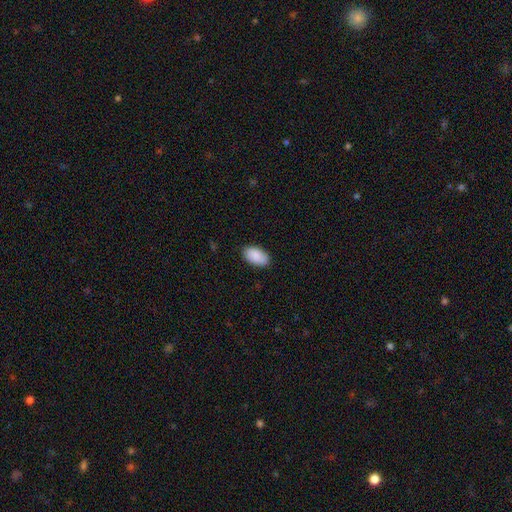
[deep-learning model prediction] Smooth or featured?
  - smooth: 90% *
  - star or artifact: 6%
  - featured or disk: 4%
How rounded?
  - in between: 95% *
  - round: 4%
  - cigar-shaped: 1%
Merging?
  - none: 87% *
  - minor disturbance: 10%
  - major disturbance: 2%
  - merger: 1%